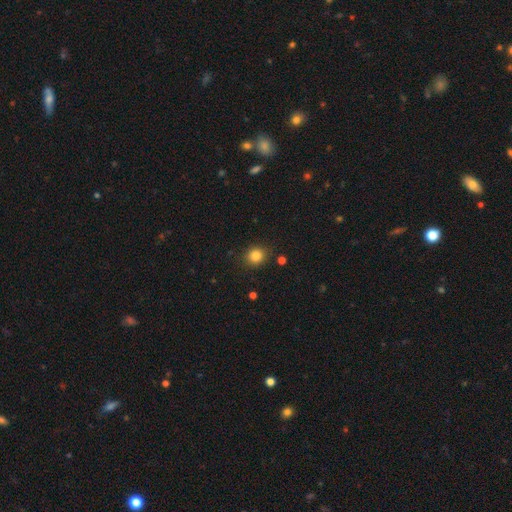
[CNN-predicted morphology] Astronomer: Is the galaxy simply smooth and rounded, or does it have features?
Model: smooth — 84%.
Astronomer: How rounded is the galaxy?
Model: round — 80%.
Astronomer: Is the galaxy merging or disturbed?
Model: none — 86%.